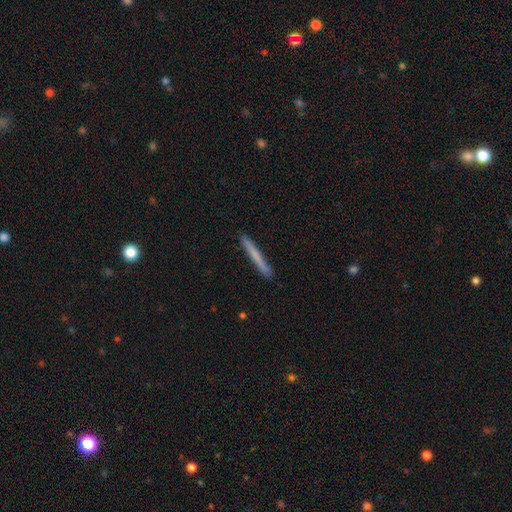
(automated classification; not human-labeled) smooth-or-featured: smooth: 66% | featured or disk: 28% | star or artifact: 6%
  how-rounded: cigar-shaped: 97% | in between: 2% | round: 1%
  merging: none: 91% | minor disturbance: 7% | major disturbance: 1% | merger: 1%